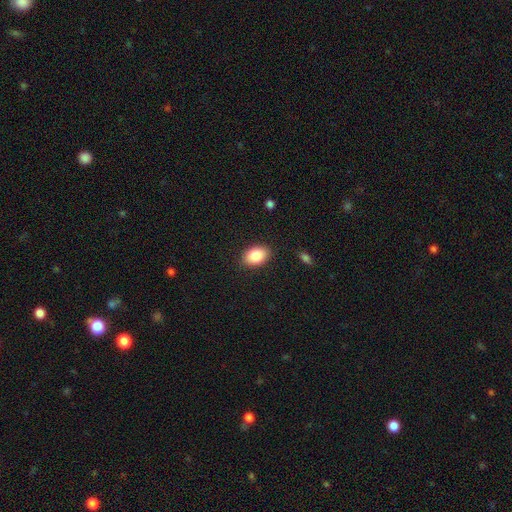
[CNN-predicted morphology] Overall: smooth (86%). How rounded: in between (86%). Merging: none (87%).